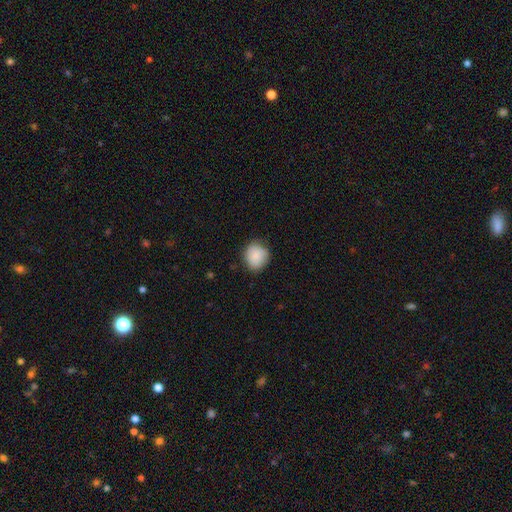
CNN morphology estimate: smooth-or-featured: smooth: 88% | star or artifact: 7% | featured or disk: 5%
  how-rounded: round: 79% | in between: 20% | cigar-shaped: 1%
  merging: none: 80% | minor disturbance: 16% | major disturbance: 3% | merger: 1%